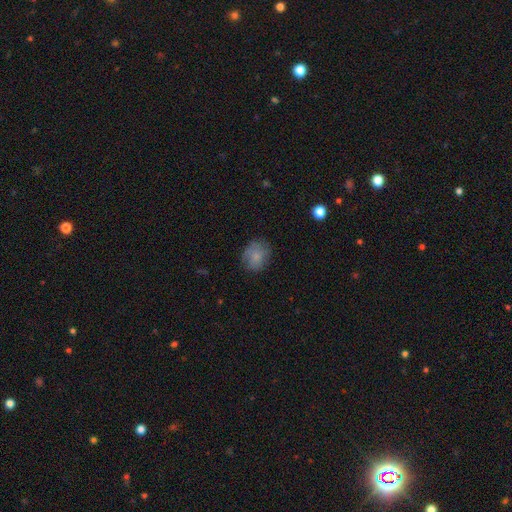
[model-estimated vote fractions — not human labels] Smooth or featured? Predicted: smooth (p=0.78). How rounded? Predicted: round (p=0.67). Merging? Predicted: none (p=0.74).